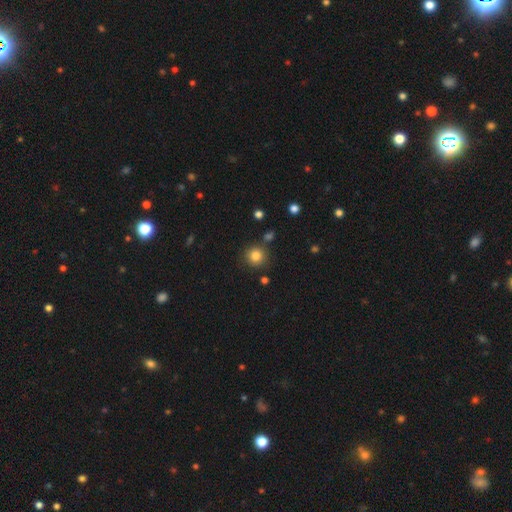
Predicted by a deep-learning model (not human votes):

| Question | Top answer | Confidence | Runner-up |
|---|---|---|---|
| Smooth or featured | smooth | 83% | star or artifact (11%) |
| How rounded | round | 92% | in between (7%) |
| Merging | none | 83% | minor disturbance (9%) |